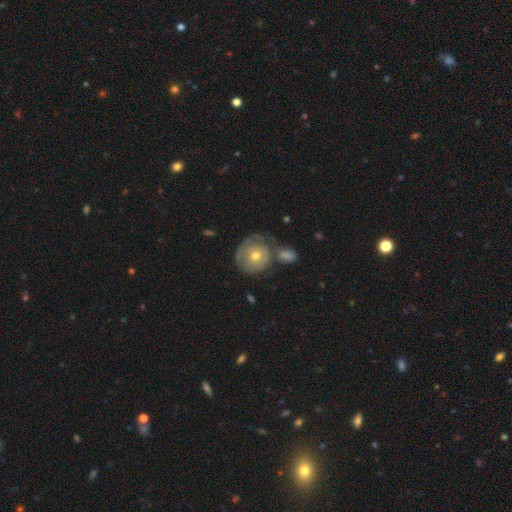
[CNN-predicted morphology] smooth 49%, featured or disk 44%, star or artifact 7%. Down the decision tree: merging — none (47%).